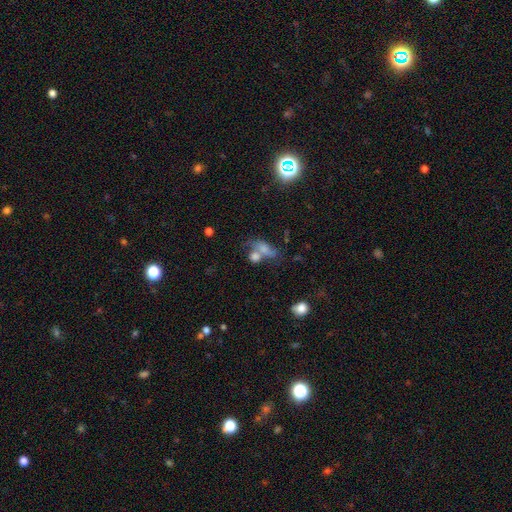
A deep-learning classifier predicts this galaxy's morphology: The model was most divided on "how rounded": in between: 55%, round: 39%, cigar-shaped: 6%. Remaining: smooth or featured — smooth (65%); merging — merger (48%).